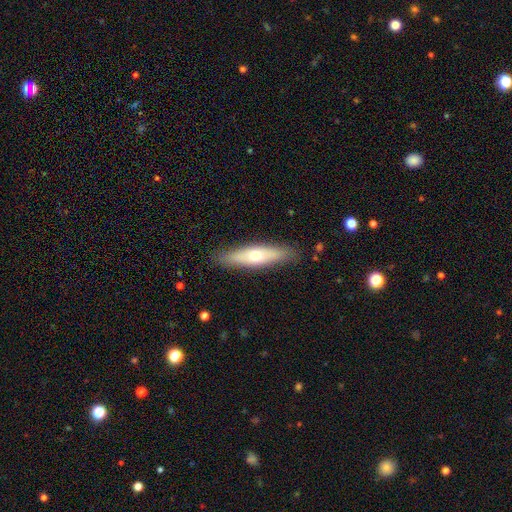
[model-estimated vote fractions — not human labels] Smooth or featured? smooth (53%)
How rounded? cigar-shaped (70%)
Merging? none (87%)